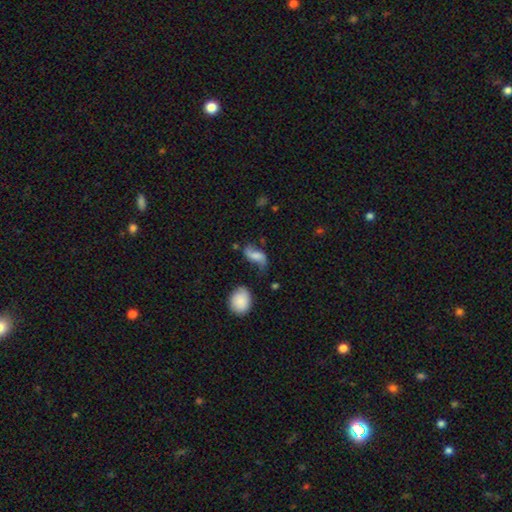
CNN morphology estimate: Smooth or featured? featured or disk (56%)
Edge-on disk? no (95%)
Bar? no (47%)
Spiral arms? yes (89%)
Bulge size? small (31%)
Merging? none (54%)